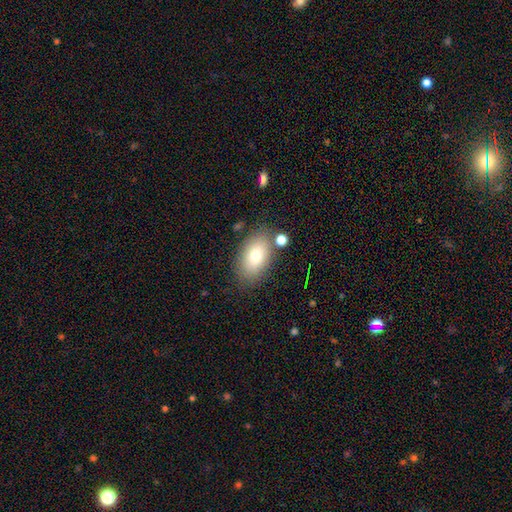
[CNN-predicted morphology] This appears to be a smooth galaxy with no disk features (76%) that is in between round and cigar-shaped (90%). Merging: none (79%).